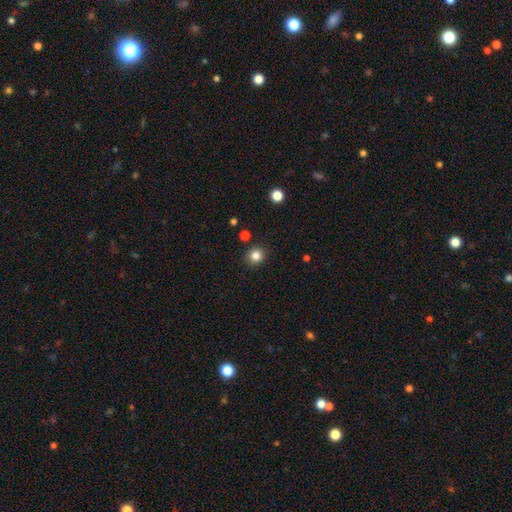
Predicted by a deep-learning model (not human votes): Q: Smooth or featured?
A: smooth (83%); runner-up: star or artifact (12%)
Q: How rounded?
A: round (90%); runner-up: in between (9%)
Q: Merging?
A: none (89%); runner-up: minor disturbance (6%)